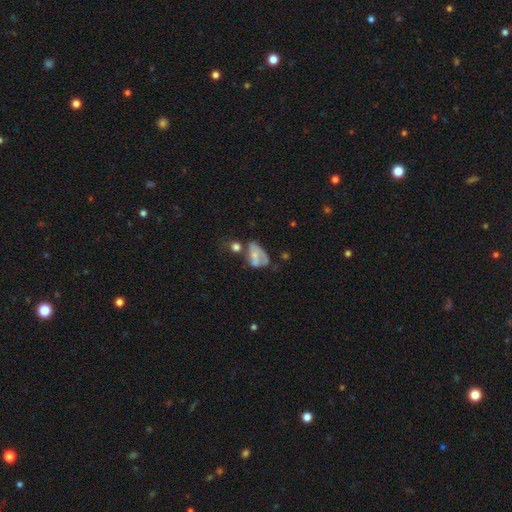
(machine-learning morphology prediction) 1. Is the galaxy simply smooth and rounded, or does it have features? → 47% smooth, 43% featured or disk, 10% star or artifact.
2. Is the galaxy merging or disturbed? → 30% major disturbance, 24% merger, 23% none, 23% minor disturbance.